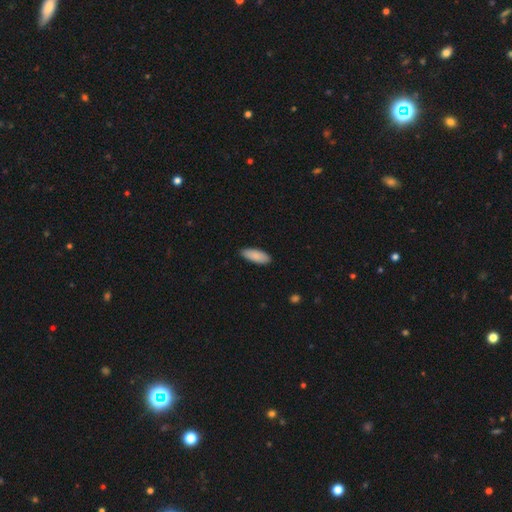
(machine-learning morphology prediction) Smooth or featured?
  - smooth: 89% *
  - featured or disk: 6%
  - star or artifact: 6%
How rounded?
  - in between: 74% *
  - cigar-shaped: 25%
  - round: 2%
Merging?
  - none: 89% *
  - minor disturbance: 9%
  - major disturbance: 2%
  - merger: 1%